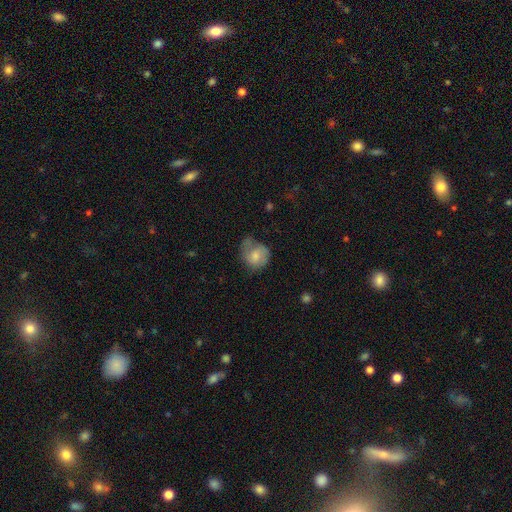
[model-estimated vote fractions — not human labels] Smooth or featured: smooth — 65% (featured or disk — 28%)
How rounded: round — 67% (in between — 32%)
Merging: none — 38% (minor disturbance — 35%)